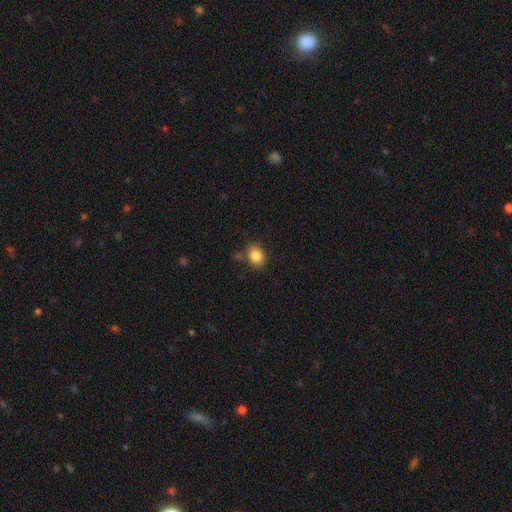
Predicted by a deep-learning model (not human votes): Smooth or featured? Predicted: smooth (p=0.85). How rounded? Predicted: in between (p=0.72). Merging? Predicted: none (p=0.76).